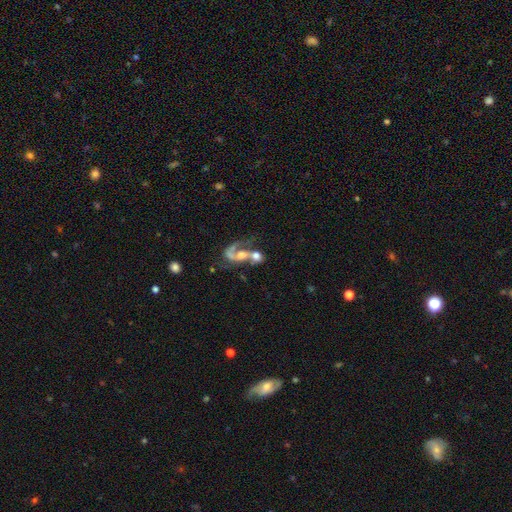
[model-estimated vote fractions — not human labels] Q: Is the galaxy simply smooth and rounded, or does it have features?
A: featured or disk — 56%.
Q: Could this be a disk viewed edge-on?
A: no — 96%.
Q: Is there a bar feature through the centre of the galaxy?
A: no — 67%.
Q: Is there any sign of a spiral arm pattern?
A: yes — 67%.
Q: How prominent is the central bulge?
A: moderate — 37%.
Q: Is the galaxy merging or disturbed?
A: merger — 65%.